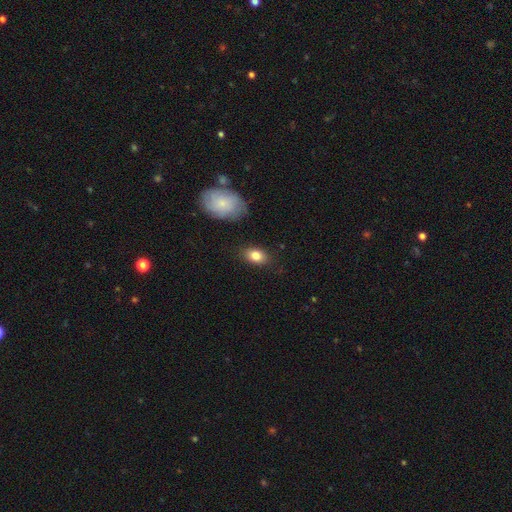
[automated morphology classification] A smooth galaxy with no disk features (83%) that is in between round and cigar-shaped (84%).

Vote fractions:
- Smooth or featured? smooth: 83% / featured or disk: 9% / star or artifact: 8%
- How rounded? in between: 84% / round: 15% / cigar-shaped: 2%
- Merging? none: 83% / minor disturbance: 12% / major disturbance: 3% / merger: 2%